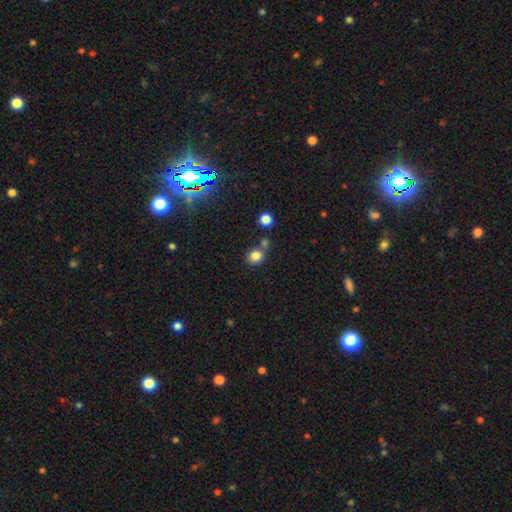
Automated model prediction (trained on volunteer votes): Smooth or featured? smooth (82%)
How rounded? round (74%)
Merging? none (63%)